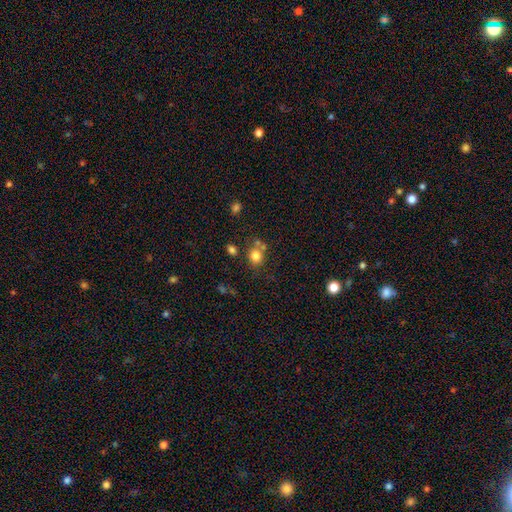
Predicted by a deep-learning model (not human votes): A smooth galaxy with no disk features (79%) that is round (73%). Merging: none (61%).